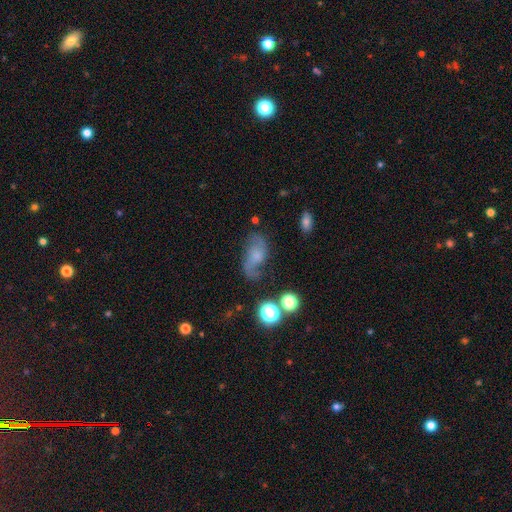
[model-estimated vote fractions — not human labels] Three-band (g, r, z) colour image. It shows a featured or disk galaxy (58%) with no bar (61%), spiral arms (88%) and a small central bulge (36%). Merging: none (58%).